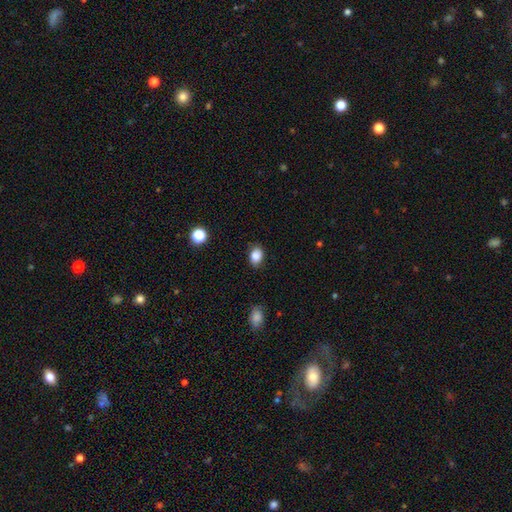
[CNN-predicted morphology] A smooth galaxy with no disk features (85%) that is in between round and cigar-shaped (66%). Merging: none (85%).